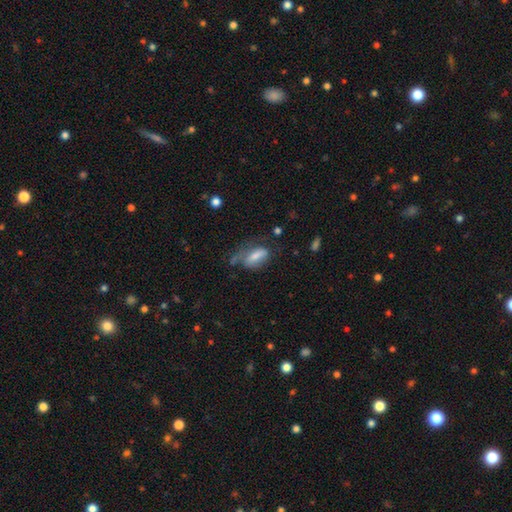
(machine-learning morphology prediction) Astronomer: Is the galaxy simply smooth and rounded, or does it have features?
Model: smooth — 58%.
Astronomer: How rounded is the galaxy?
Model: in between — 81%.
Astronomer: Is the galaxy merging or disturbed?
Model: none — 37% (runner-up: major disturbance, 29%).